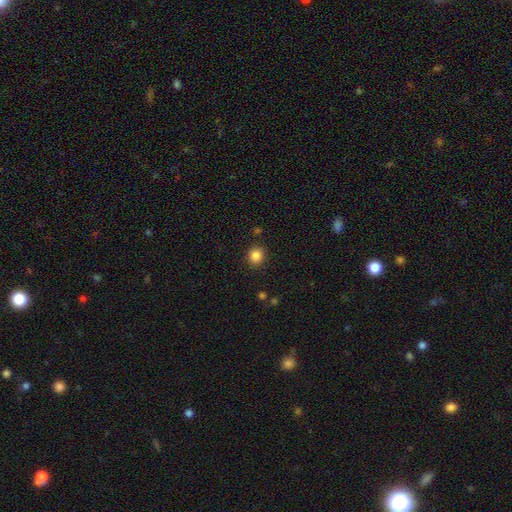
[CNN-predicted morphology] A smooth galaxy with no disk features (85%) that is round (89%). Merging: none (89%).